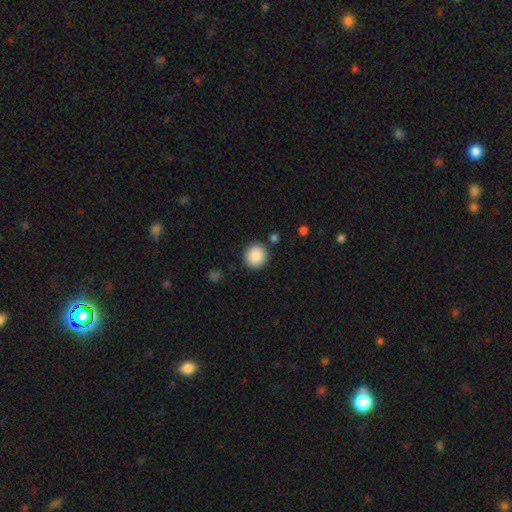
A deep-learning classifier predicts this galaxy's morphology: This is clearly a smooth galaxy (88%). How rounded: clearly round (90%). Merging: clearly none (88%).